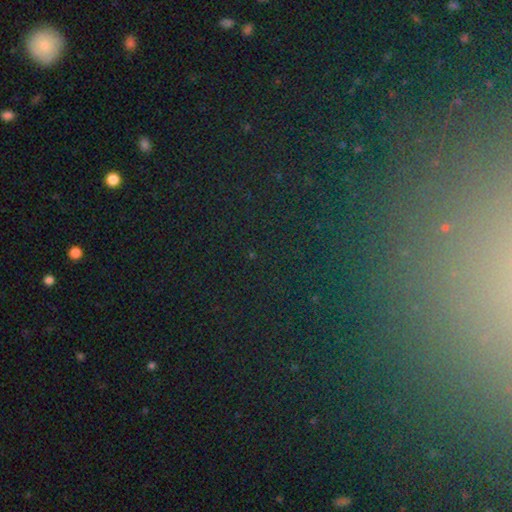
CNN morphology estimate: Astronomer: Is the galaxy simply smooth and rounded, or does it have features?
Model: star or artifact — 72%.